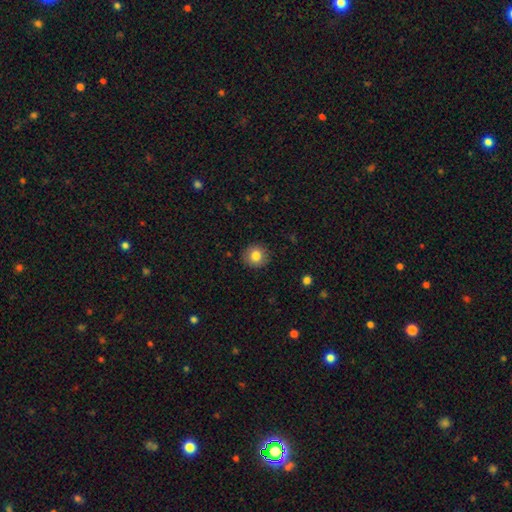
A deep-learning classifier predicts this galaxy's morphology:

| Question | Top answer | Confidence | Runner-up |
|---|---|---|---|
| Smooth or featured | smooth | 83% | star or artifact (9%) |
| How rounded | round | 90% | in between (9%) |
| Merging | none | 90% | minor disturbance (7%) |